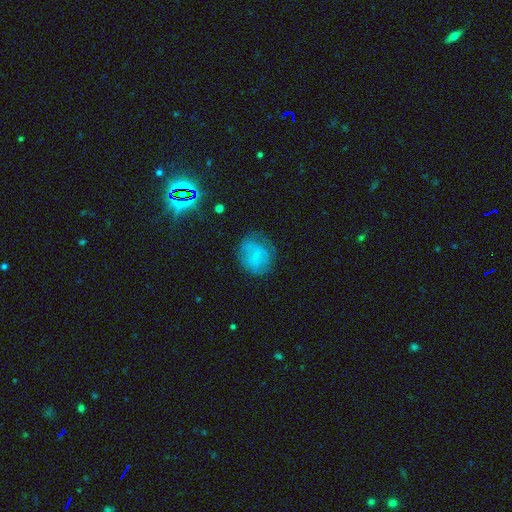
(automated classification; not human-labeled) This is likely a smooth galaxy (62%). How rounded: likely round (72%). Merging: likely none (61%).